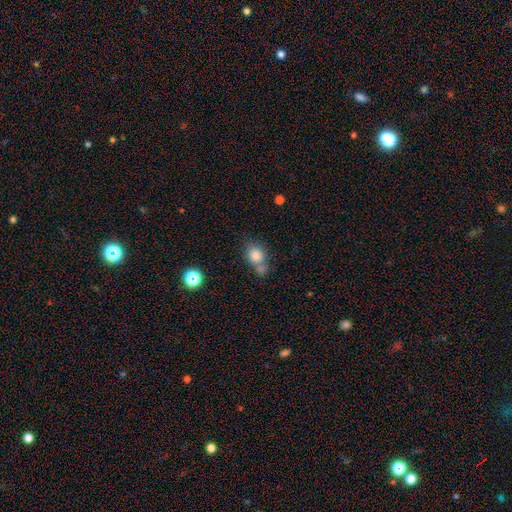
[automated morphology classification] Smooth or featured?
  - smooth: 81% *
  - star or artifact: 11%
  - featured or disk: 9%
How rounded?
  - round: 58% *
  - in between: 41%
  - cigar-shaped: 1%
Merging?
  - none: 48% *
  - merger: 30%
  - minor disturbance: 16%
  - major disturbance: 7%